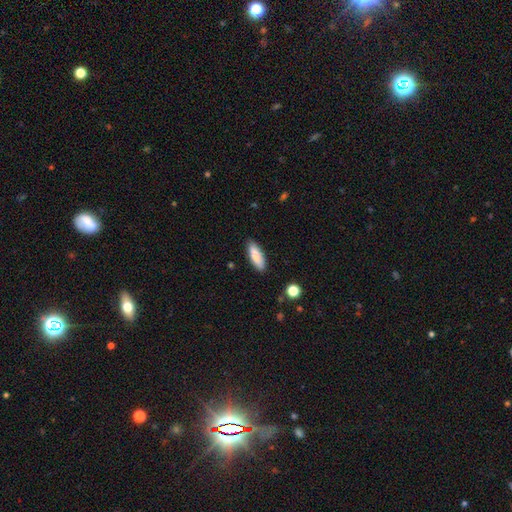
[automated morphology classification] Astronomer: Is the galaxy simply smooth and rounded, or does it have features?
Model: smooth — 83%.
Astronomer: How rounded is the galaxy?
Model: in between — 59% (runner-up: cigar-shaped, 39%).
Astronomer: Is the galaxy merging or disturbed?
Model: none — 87%.